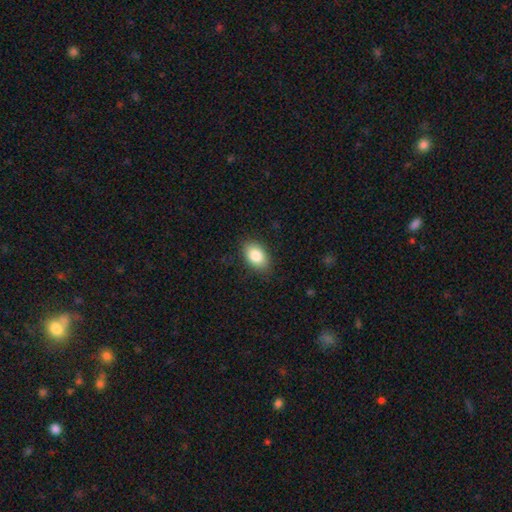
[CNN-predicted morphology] The model was most divided on "merging": none: 85%, minor disturbance: 12%, major disturbance: 3%, merger: 1%. More confident: how rounded — in between (88%); smooth or featured — smooth (85%).